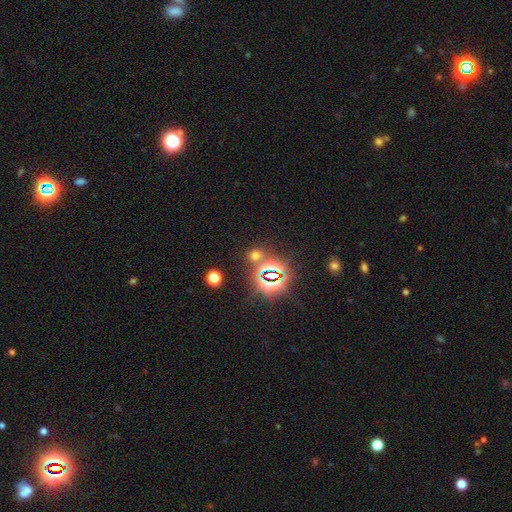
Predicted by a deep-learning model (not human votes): Q: Smooth or featured?
A: star or artifact (50%); runner-up: smooth (43%)